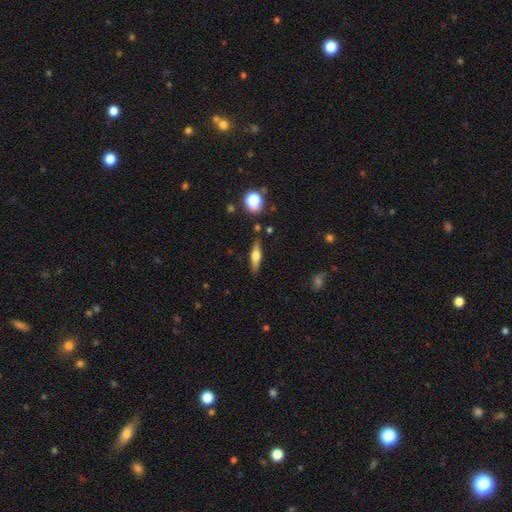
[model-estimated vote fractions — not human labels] Smooth or featured? smooth (49%)
Merging? none (84%)